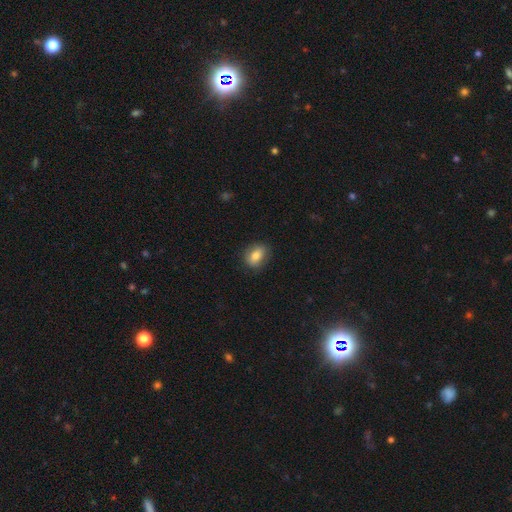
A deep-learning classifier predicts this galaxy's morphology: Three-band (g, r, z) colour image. It shows a smooth galaxy with no disk features (79%) that is in between round and cigar-shaped (72%). Merging: none (83%).